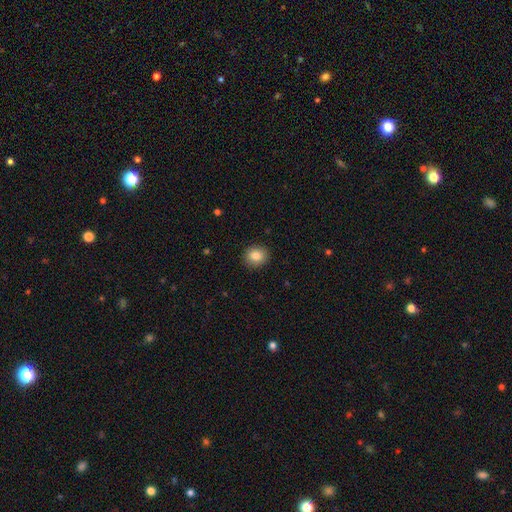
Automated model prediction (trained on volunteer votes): A smooth galaxy with no disk features (84%) that is round (74%). Merging: none (90%).